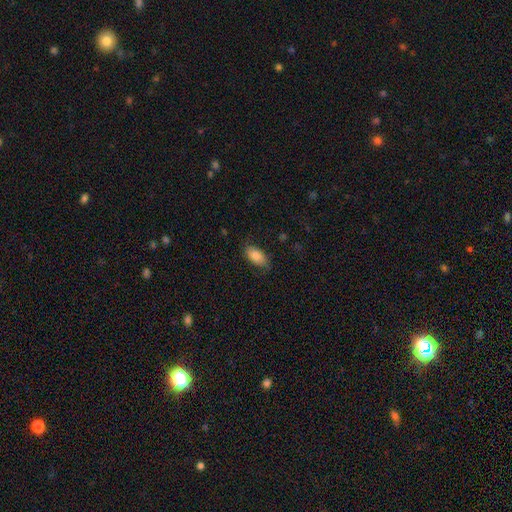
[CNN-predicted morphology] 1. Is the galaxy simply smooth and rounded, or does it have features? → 82% smooth, 11% featured or disk, 7% star or artifact.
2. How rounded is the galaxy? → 91% in between, 5% cigar-shaped, 3% round.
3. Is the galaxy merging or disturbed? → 78% none, 17% minor disturbance, 4% major disturbance, 1% merger.